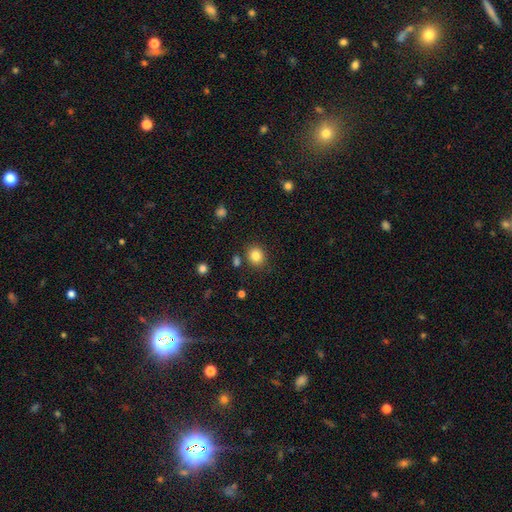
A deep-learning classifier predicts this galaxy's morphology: Smooth or featured? Predicted: smooth (p=0.84). How rounded? Predicted: round (p=0.78). Merging? Predicted: none (p=0.83).